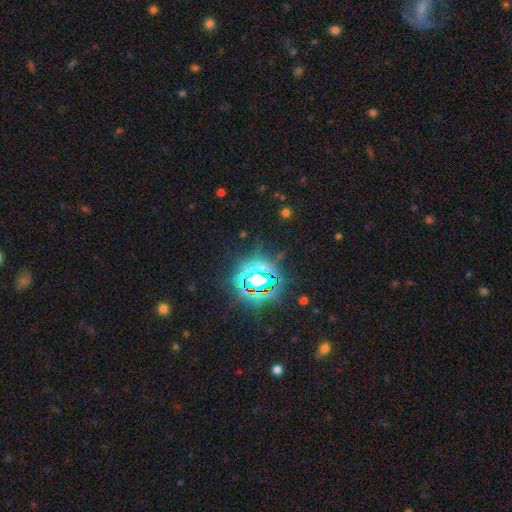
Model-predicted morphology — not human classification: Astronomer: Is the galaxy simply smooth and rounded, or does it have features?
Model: star or artifact — 85%.